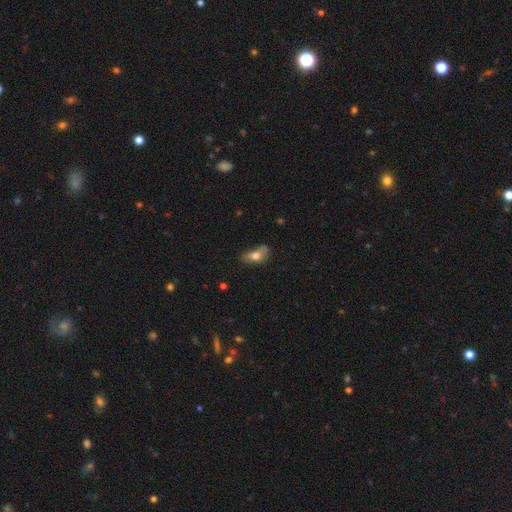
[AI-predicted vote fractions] Overall: smooth (71%). How rounded: in between (83%). Merging: minor disturbance (36%; none 35%).